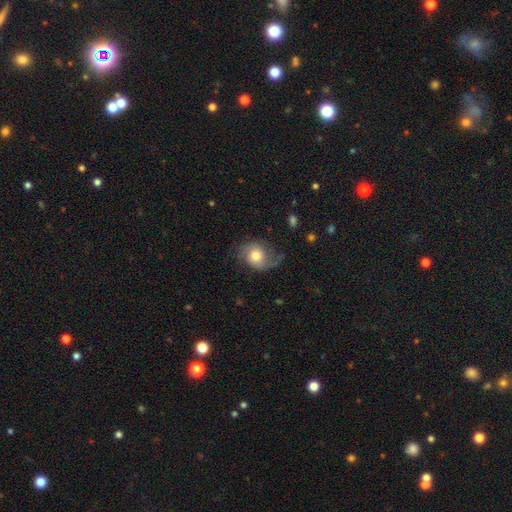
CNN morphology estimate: smooth-or-featured: featured or disk: 61% | smooth: 31% | star or artifact: 8%
  disk-edge-on: no: 97% | yes: 3%
    bar: no: 73% | weak: 23% | strong: 4%
    has-spiral-arms: yes: 91% | no: 9%
      spiral-winding: loose: 51% | medium: 36% | tight: 13%
      spiral-arm-count: 2: 77% | 1: 13% | can't tell: 6% | 3: 2% | 4: 1% | more than 4: 1%
    bulge-size: moderate: 63% | large: 19% | small: 14% | dominant: 3% | none: 2%
  merging: none: 58% | minor disturbance: 23% | major disturbance: 18% | merger: 2%